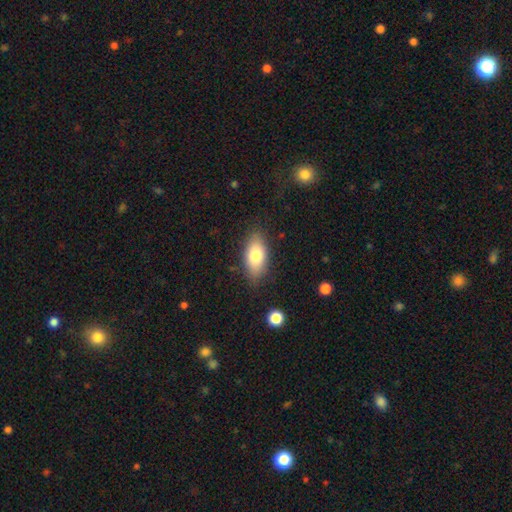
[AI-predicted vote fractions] Q: Smooth or featured?
A: smooth (77%); runner-up: featured or disk (16%)
Q: How rounded?
A: in between (89%); runner-up: cigar-shaped (6%)
Q: Merging?
A: none (82%); runner-up: minor disturbance (14%)